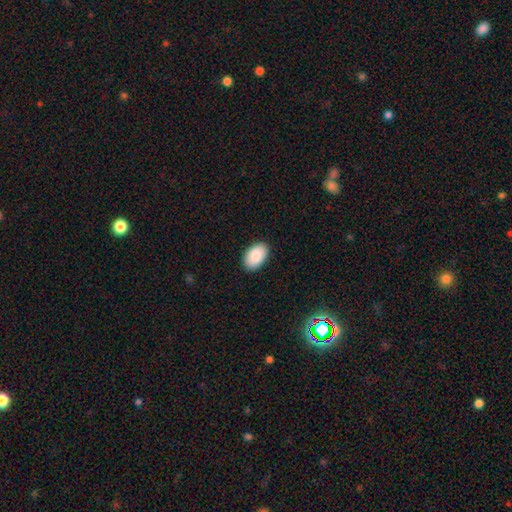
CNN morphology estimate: This appears to be a smooth galaxy with no disk features (89%) that is in between round and cigar-shaped (93%). Merging: none (89%).